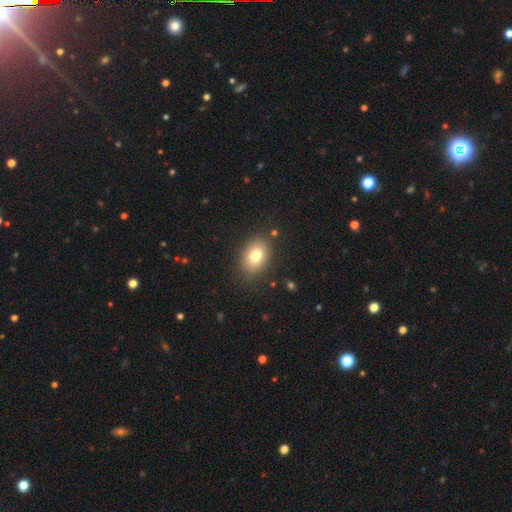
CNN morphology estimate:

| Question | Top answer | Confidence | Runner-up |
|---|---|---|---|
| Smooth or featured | smooth | 78% | featured or disk (12%) |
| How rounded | in between | 73% | round (26%) |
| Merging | none | 85% | minor disturbance (10%) |